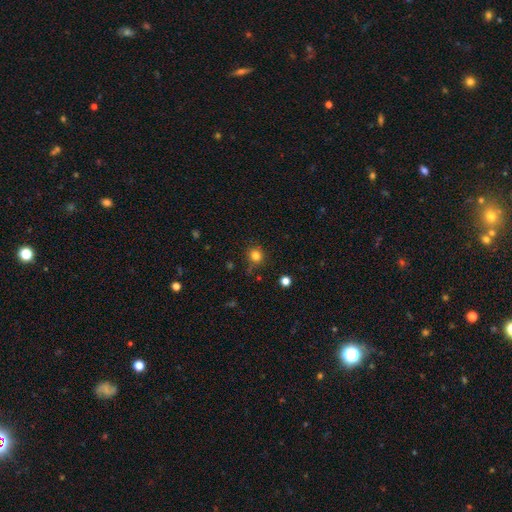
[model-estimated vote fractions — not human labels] A smooth galaxy with no disk features (81%) that is round (88%).

Vote fractions:
- Smooth or featured? smooth: 81% / star or artifact: 14% / featured or disk: 5%
- How rounded? round: 88% / in between: 11% / cigar-shaped: 1%
- Merging? none: 80% / minor disturbance: 14% / major disturbance: 4% / merger: 3%